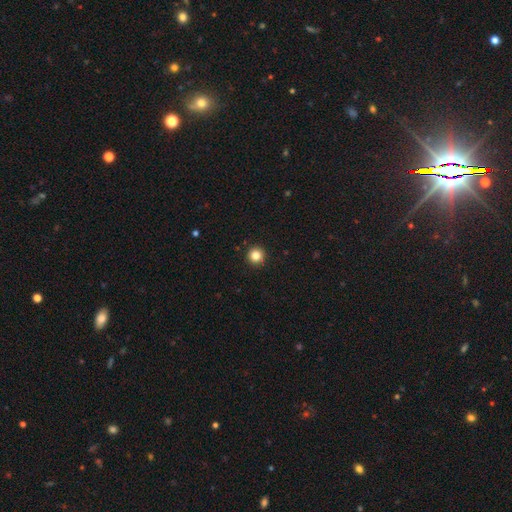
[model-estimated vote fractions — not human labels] Morphology: type=smooth (83%); roundness=round (96%); merging=none (93%).